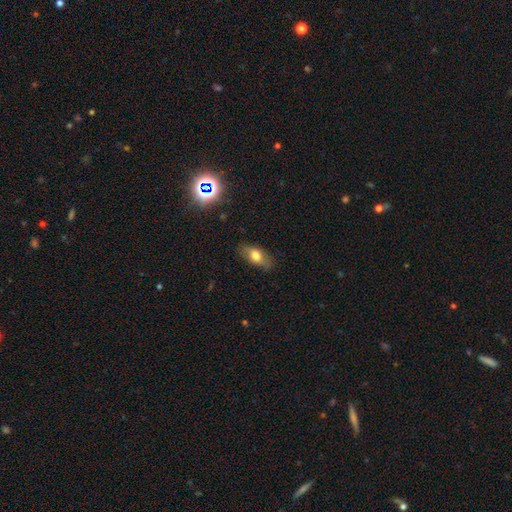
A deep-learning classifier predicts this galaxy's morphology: smooth 69%, featured or disk 22%, star or artifact 9%. Down the decision tree: how rounded — in between (82%); merging — none (81%).